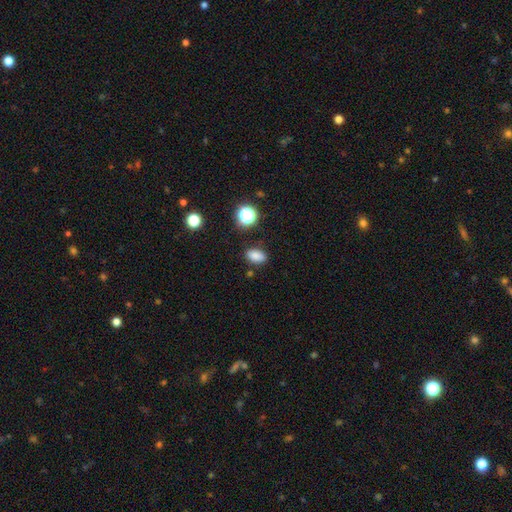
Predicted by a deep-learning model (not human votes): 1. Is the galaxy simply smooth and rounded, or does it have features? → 82% smooth, 13% star or artifact, 5% featured or disk.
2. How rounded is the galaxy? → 85% in between, 12% round, 2% cigar-shaped.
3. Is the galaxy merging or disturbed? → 83% none, 12% minor disturbance, 3% major disturbance, 3% merger.